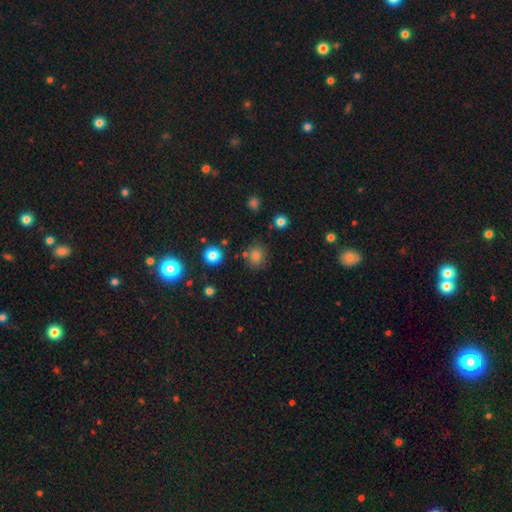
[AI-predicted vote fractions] smooth 78%, star or artifact 17%, featured or disk 6%. Down the decision tree: how rounded — round (78%); merging — none (80%).